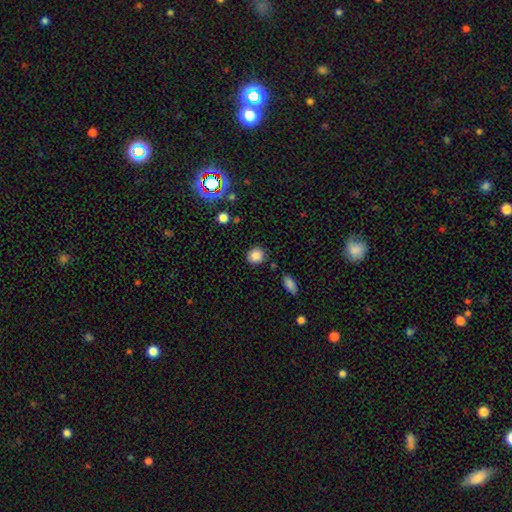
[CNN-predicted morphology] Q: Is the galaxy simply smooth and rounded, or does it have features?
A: smooth — 85%.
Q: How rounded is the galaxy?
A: round — 85%.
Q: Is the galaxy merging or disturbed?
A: none — 86%.